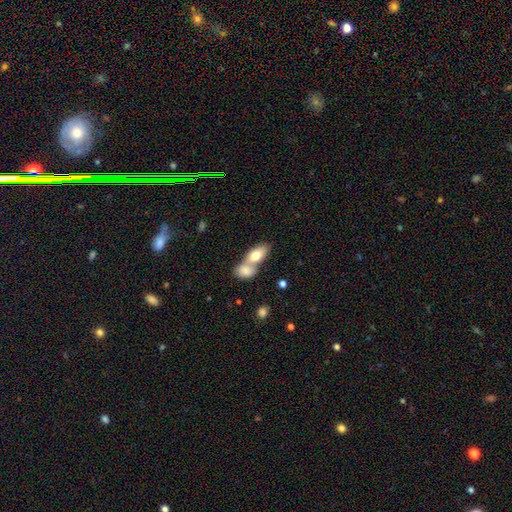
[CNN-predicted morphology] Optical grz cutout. It shows a smooth galaxy with no disk features (77%) that is in between round and cigar-shaped (89%). Merging: merger (66%).